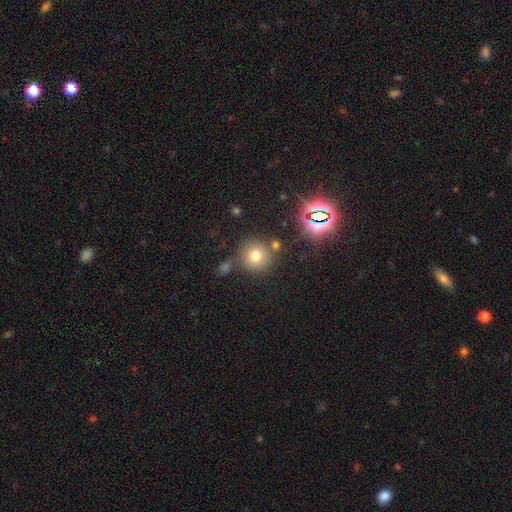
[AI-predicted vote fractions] Smooth or featured? Predicted: smooth (p=0.72). How rounded? Predicted: round (p=0.93). Merging? Predicted: none (p=0.73).